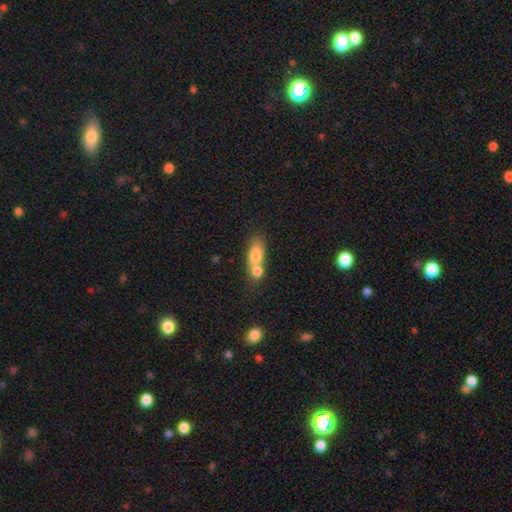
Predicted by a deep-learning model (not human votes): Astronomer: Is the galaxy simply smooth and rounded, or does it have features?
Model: smooth — 75%.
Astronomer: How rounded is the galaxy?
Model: in between — 66%.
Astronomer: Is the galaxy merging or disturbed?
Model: merger — 61%.